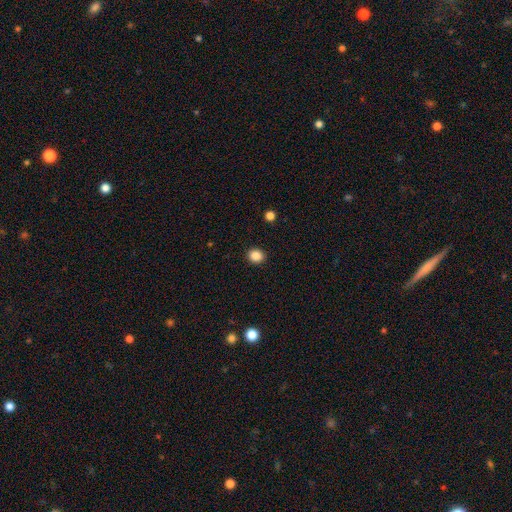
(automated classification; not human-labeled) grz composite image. It shows a smooth galaxy with no disk features (87%) that is round (72%). Merging: none (91%).